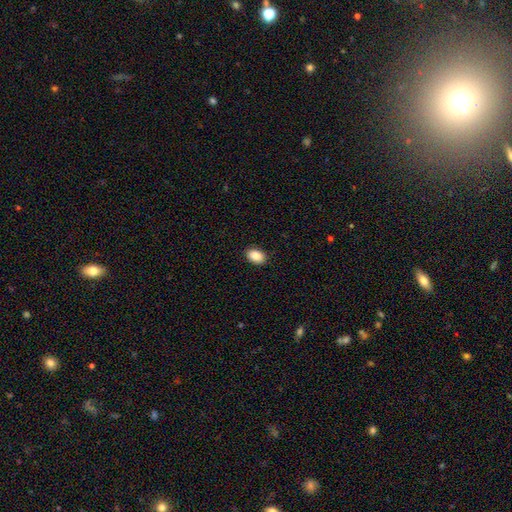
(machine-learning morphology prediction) smooth_or_featured: smooth (p=0.89) [alt: star or artifact p=0.08]
how_rounded: in between (p=0.83) [alt: round p=0.16]
merging: none (p=0.90) [alt: minor disturbance p=0.08]